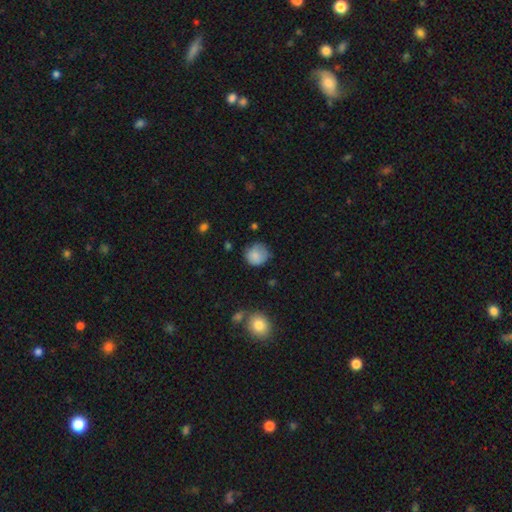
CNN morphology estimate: A smooth galaxy with no disk features (82%) that is round (86%). Merging: none (64%).